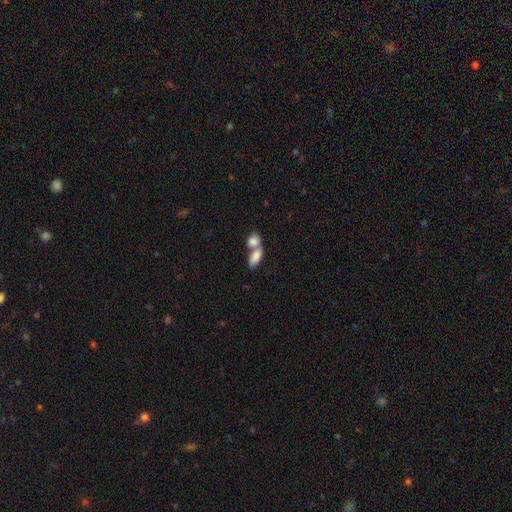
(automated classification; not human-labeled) smooth_or_featured: smooth (p=0.83) [alt: featured or disk p=0.10]
how_rounded: in between (p=0.87) [alt: round p=0.08]
merging: merger (p=0.67) [alt: none p=0.23]